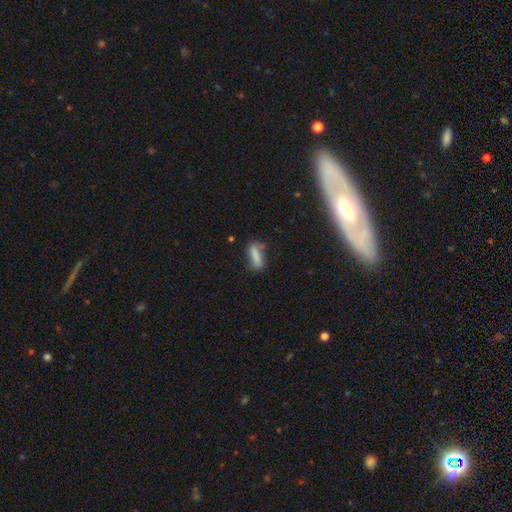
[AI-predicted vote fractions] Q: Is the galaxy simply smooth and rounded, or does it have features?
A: smooth — 78%.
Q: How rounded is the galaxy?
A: cigar-shaped — 51%.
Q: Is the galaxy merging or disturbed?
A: none — 63%.